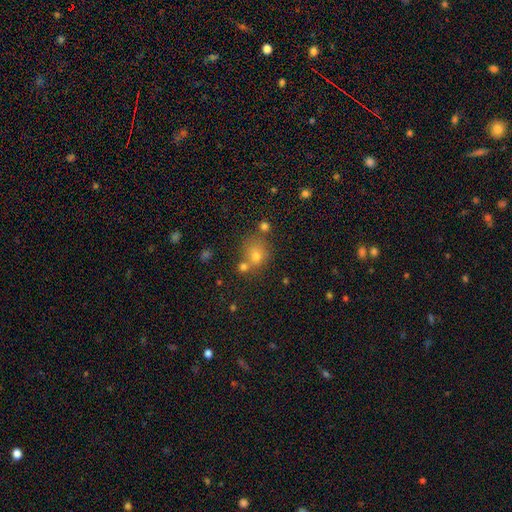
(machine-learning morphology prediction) smooth_or_featured: smooth (p=0.66) [alt: star or artifact p=0.23]
how_rounded: round (p=0.70) [alt: in between p=0.29]
merging: none (p=0.61) [alt: merger p=0.23]